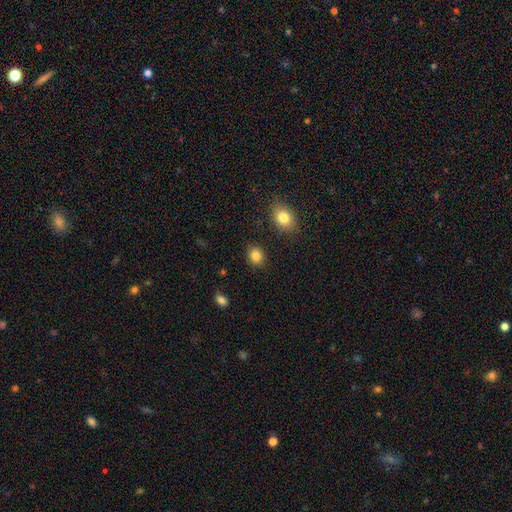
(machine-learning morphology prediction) Q: Smooth or featured?
A: smooth (86%); runner-up: star or artifact (10%)
Q: How rounded?
A: round (68%); runner-up: in between (31%)
Q: Merging?
A: none (88%); runner-up: minor disturbance (8%)